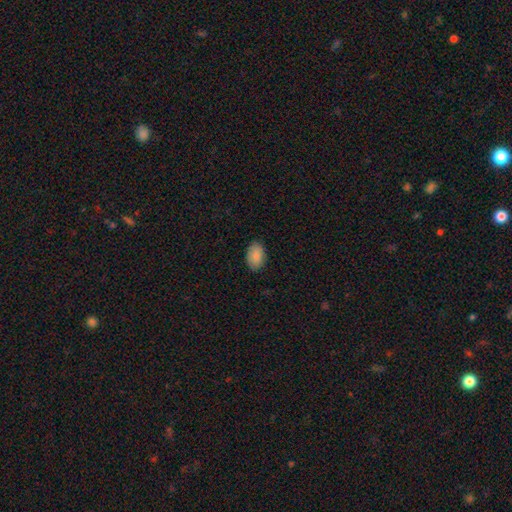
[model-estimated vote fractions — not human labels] This is clearly a smooth galaxy (87%). How rounded: clearly in between (91%). Merging: clearly none (87%).